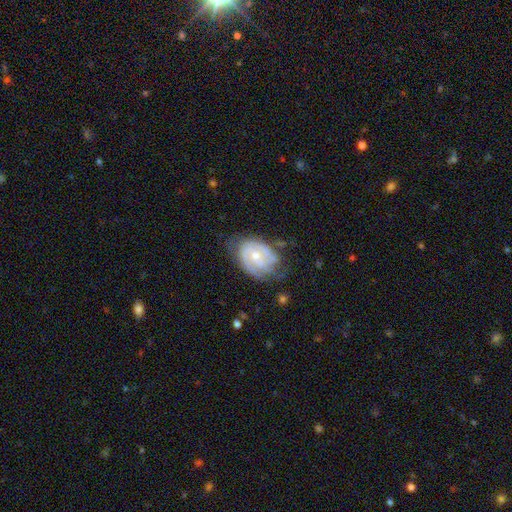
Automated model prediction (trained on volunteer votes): smooth_or_featured: featured or disk (p=0.76) [alt: smooth p=0.18]
disk_edge_on: no (p=0.97) [alt: yes p=0.03]
bar: no (p=0.67) [alt: weak p=0.28]
has_spiral_arms: yes (p=0.88) [alt: no p=0.12]
spiral_winding: tight (p=0.61) [alt: medium p=0.30]
spiral_arm_count: 2 (p=0.39) [alt: can't tell p=0.33]
bulge_size: small (p=0.50) [alt: moderate p=0.46]
merging: none (p=0.54) [alt: minor disturbance p=0.29]